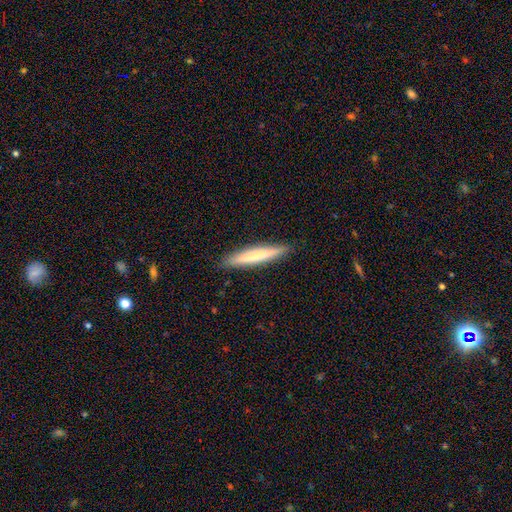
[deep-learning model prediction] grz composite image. It shows a smooth galaxy with no disk features (65%) that is cigar-shaped (94%). Merging: none (90%).